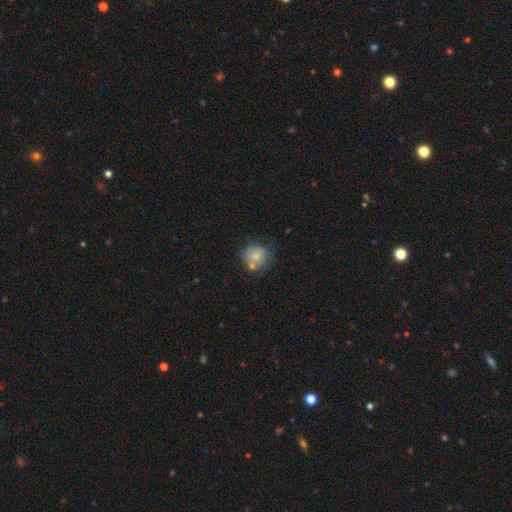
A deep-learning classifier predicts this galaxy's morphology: Smooth or featured? Predicted: smooth (p=0.74). How rounded? Predicted: round (p=0.83). Merging? Predicted: none (p=0.54).